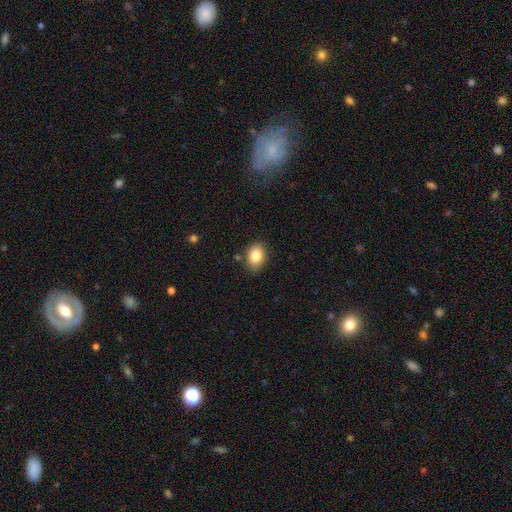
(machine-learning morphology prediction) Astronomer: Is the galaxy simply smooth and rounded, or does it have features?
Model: smooth — 85%.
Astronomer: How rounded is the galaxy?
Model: in between — 76%.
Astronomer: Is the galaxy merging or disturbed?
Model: none — 82%.